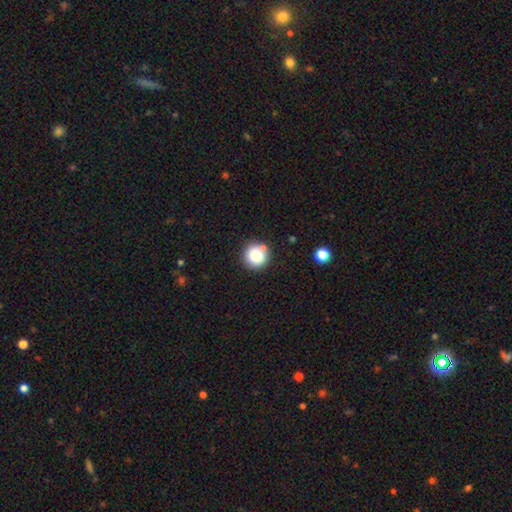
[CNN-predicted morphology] This appears to be a smooth galaxy with no disk features (83%) that is round (94%). Merging: none (80%).